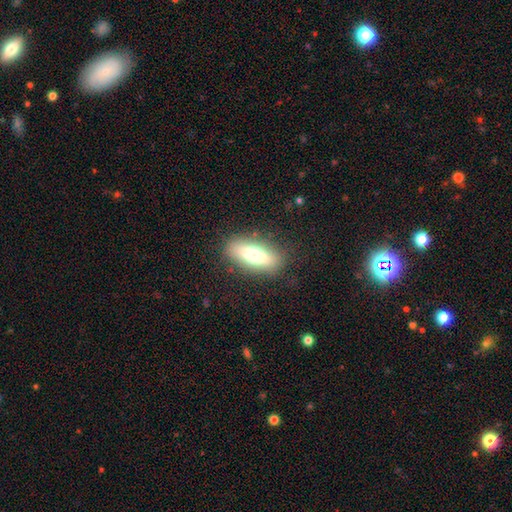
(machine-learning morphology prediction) type=smooth (68%); roundness=in between (68%); merging=none (84%).